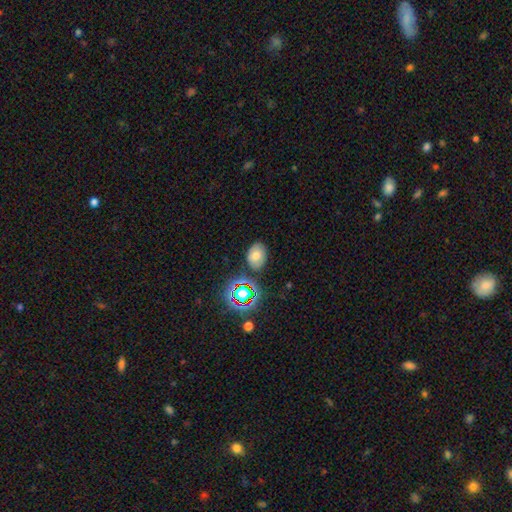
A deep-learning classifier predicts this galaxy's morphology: type=smooth (61%); roundness=in between (70%); merging=none (79%).